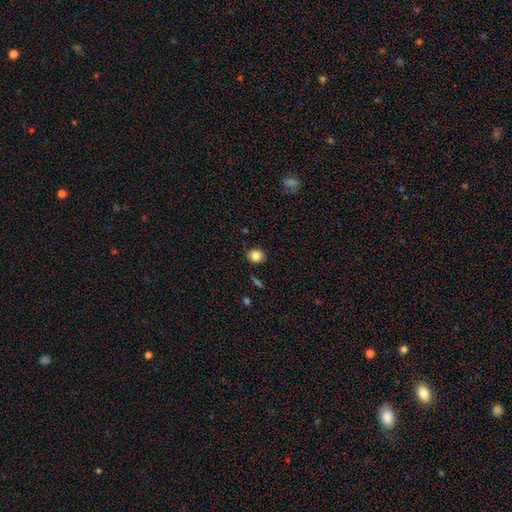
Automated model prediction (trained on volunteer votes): Morphology: type=smooth (83%); roundness=round (71%); merging=none (87%).